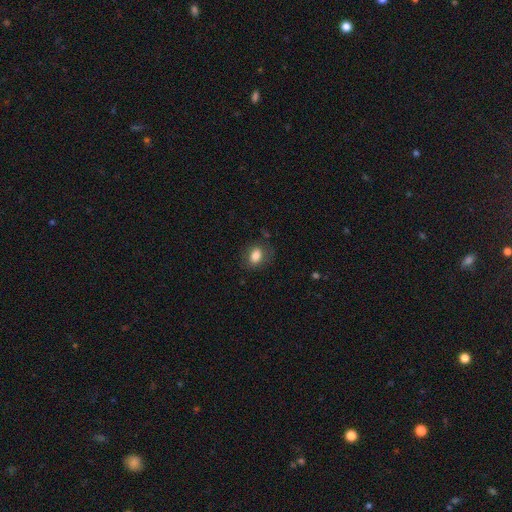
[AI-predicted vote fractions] Smooth or featured? smooth (83%)
How rounded? in between (75%)
Merging? none (76%)